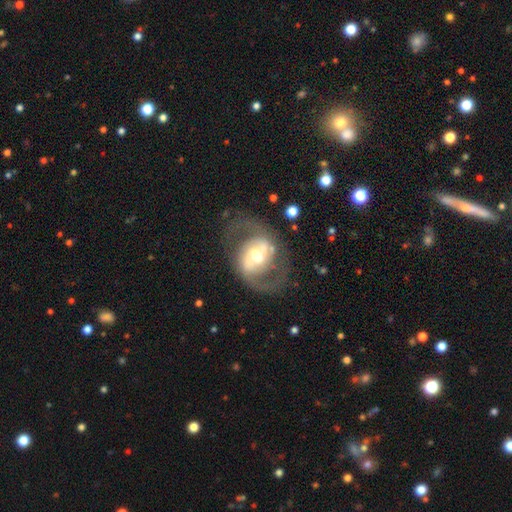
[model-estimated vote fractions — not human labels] Smooth or featured? featured or disk (85%)
Edge-on disk? no (97%)
Bar? weak (43%)
Spiral arms? yes (91%)
Spiral winding? medium (56%)
Spiral arm count? 2 (91%)
Bulge size? moderate (59%)
Merging? none (71%)